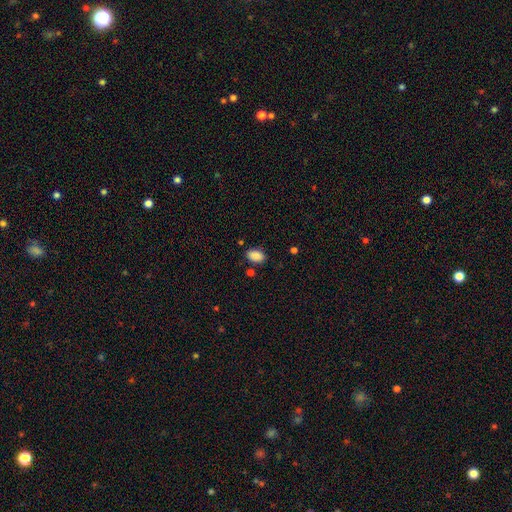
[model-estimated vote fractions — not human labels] The model was most divided on "merging": none: 81%, minor disturbance: 13%, merger: 4%, major disturbance: 3%. More confident: how rounded — in between (91%); smooth or featured — smooth (88%).